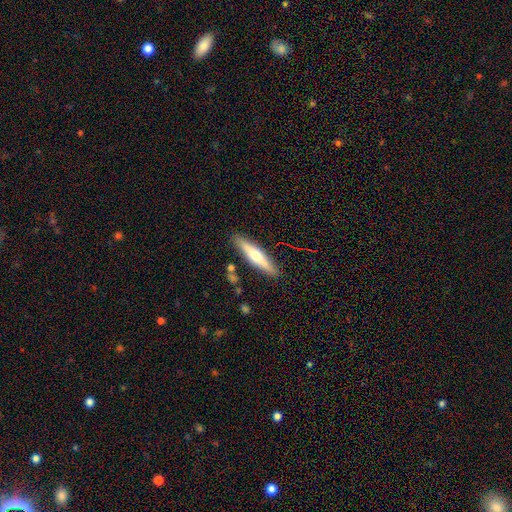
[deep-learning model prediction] featured or disk 49%, smooth 45%, star or artifact 6%. Down the decision tree: merging — none (87%).